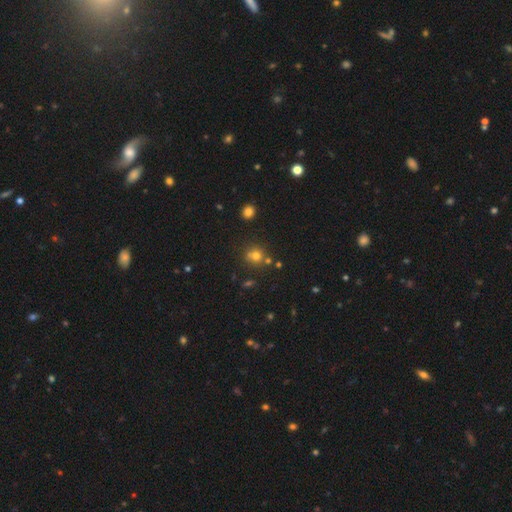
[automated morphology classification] This is likely a smooth galaxy (73%). How rounded: clearly round (84%). Merging: likely none (69%).